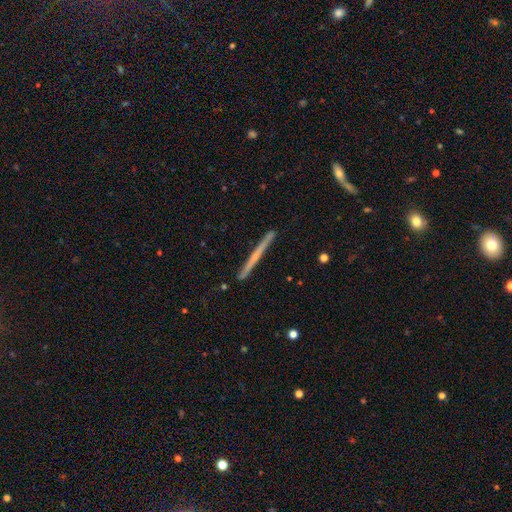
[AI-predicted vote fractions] Smooth or featured? featured or disk (60%)
Edge-on disk? yes (98%)
Edge-on bulge? none (77%)
Merging? none (90%)